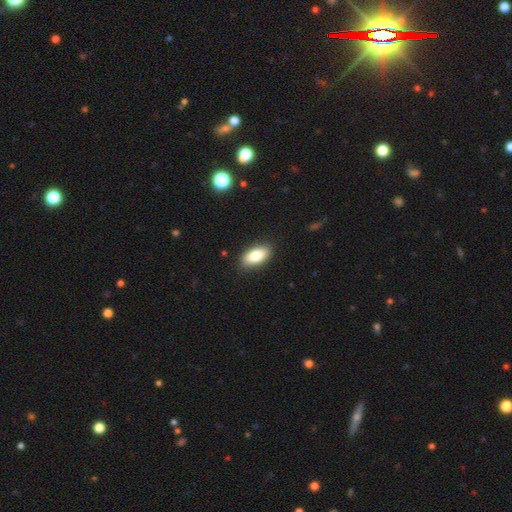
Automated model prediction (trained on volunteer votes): Smooth or featured: smooth — 81% (featured or disk — 12%)
How rounded: in between — 90% (cigar-shaped — 6%)
Merging: none — 88% (minor disturbance — 9%)